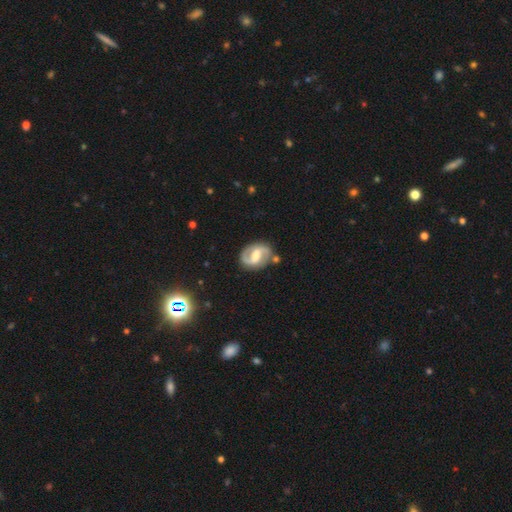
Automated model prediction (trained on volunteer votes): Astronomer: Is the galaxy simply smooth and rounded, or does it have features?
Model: featured or disk — 86%.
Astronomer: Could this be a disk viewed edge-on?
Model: no — 98%.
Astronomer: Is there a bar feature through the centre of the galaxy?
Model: weak — 48% (runner-up: strong, 30%).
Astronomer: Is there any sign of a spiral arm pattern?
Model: yes — 95%.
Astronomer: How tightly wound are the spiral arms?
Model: medium — 54%.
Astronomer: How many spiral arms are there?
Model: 2 — 92%.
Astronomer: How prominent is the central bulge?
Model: moderate — 65%.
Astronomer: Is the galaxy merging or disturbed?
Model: none — 80%.